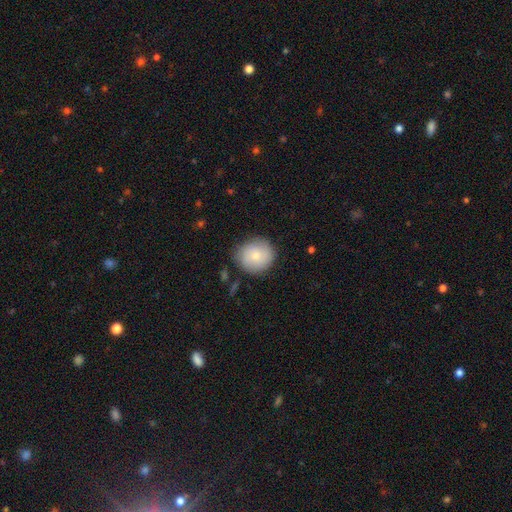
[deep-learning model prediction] Q: Smooth or featured?
A: smooth (68%); runner-up: featured or disk (25%)
Q: How rounded?
A: round (87%); runner-up: in between (12%)
Q: Merging?
A: none (80%); runner-up: minor disturbance (15%)